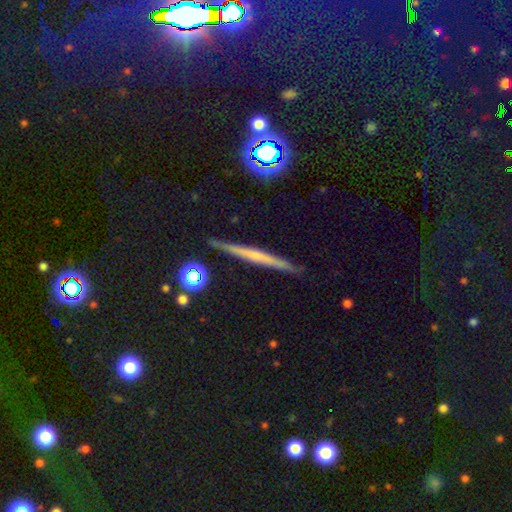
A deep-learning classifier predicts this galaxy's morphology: The model was most divided on "smooth or featured": featured or disk: 59%, smooth: 32%, star or artifact: 9%. More confident: edge-on disk — yes (97%); merging — none (90%); edge-on bulge — none (67%).